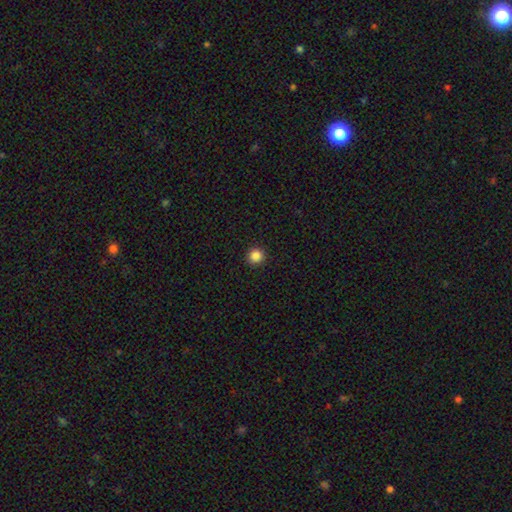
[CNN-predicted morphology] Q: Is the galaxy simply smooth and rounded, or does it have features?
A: smooth — 85%.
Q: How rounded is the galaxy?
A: round — 95%.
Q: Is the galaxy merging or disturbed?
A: none — 93%.